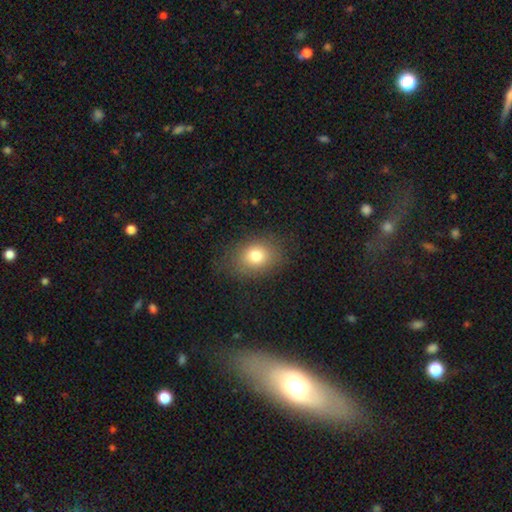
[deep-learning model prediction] Overall: smooth (78%). How rounded: in between (55%; round 44%). Merging: none (80%).